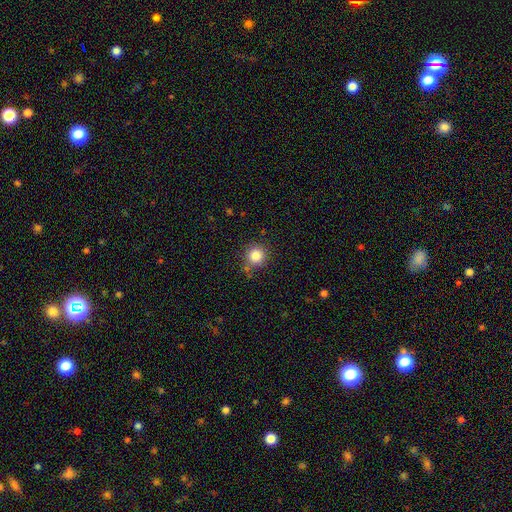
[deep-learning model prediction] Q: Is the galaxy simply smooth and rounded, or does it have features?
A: smooth — 83%.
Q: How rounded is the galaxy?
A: round — 93%.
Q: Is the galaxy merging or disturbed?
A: none — 82%.